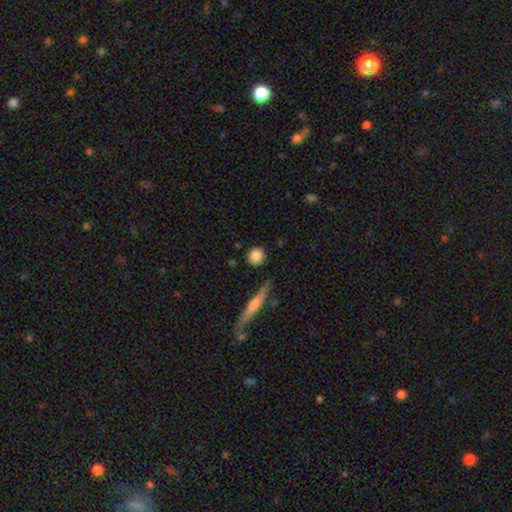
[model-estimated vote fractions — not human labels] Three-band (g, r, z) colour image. It shows a smooth galaxy with no disk features (84%) that is round (88%). Merging: none (83%).